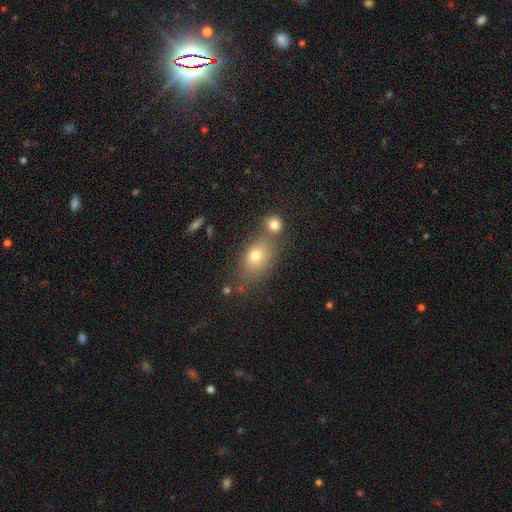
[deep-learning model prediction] A smooth galaxy with no disk features (73%) that is in between round and cigar-shaped (78%).

Vote fractions:
- Smooth or featured? smooth: 73% / featured or disk: 15% / star or artifact: 12%
- How rounded? in between: 78% / round: 19% / cigar-shaped: 3%
- Merging? none: 56% / merger: 27% / minor disturbance: 13% / major disturbance: 5%